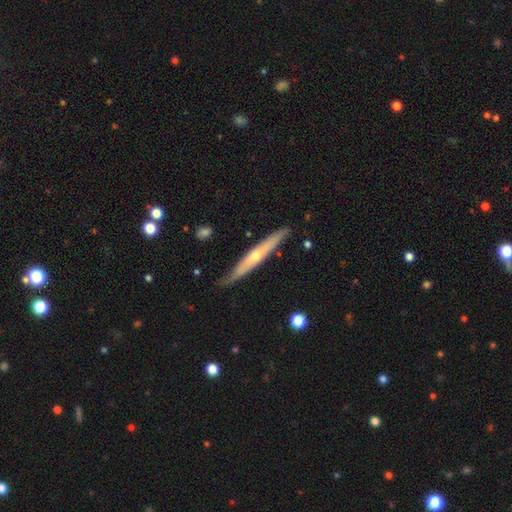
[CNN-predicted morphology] This appears to be a featured or disk galaxy (63%) viewed edge-on (93%) with a rounded central bulge (73%). Merging: none (83%).